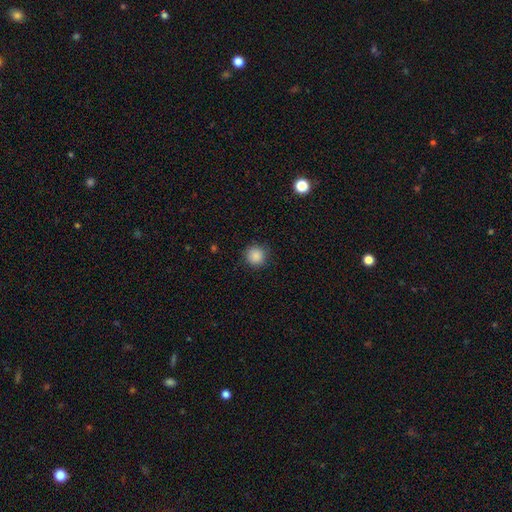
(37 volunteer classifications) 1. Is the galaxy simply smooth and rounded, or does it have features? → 92% smooth, 5% star or artifact, 3% featured or disk.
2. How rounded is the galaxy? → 97% round, 3% cigar-shaped, 0% in between.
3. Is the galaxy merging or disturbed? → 80% none, 14% minor disturbance, 6% major disturbance, 0% merger.